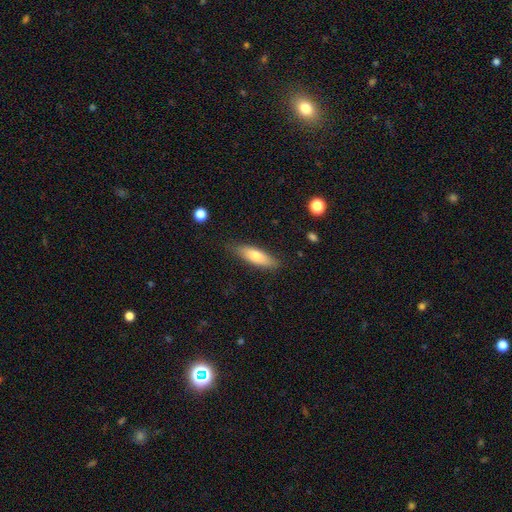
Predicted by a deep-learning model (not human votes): smooth_or_featured: smooth (p=0.72) [alt: featured or disk p=0.22]
how_rounded: in between (p=0.52) [alt: cigar-shaped p=0.46]
merging: none (p=0.82) [alt: minor disturbance p=0.14]